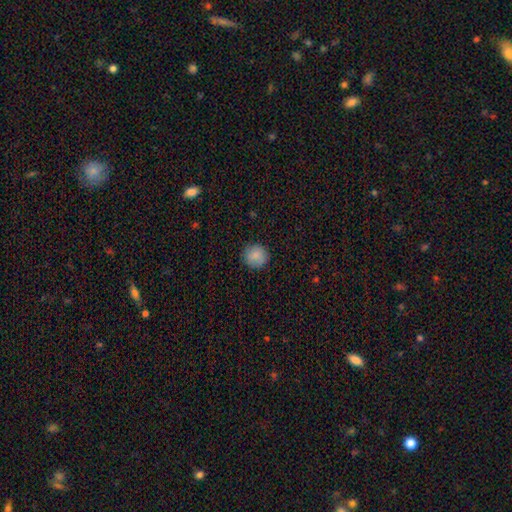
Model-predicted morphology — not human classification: A smooth galaxy with no disk features (88%) that is round (87%). Merging: none (89%).